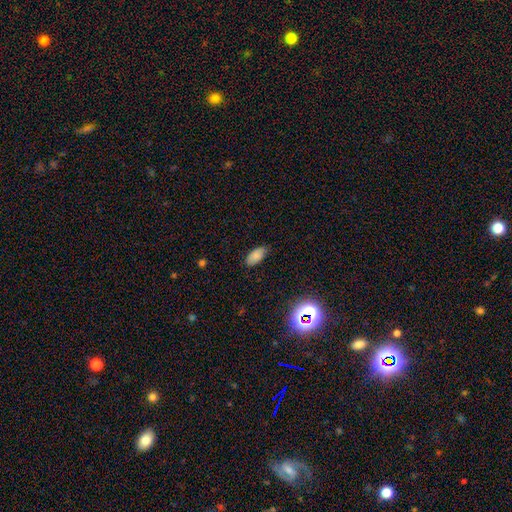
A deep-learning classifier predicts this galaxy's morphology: smooth-or-featured: smooth: 81% | star or artifact: 11% | featured or disk: 8%
  how-rounded: in between: 92% | cigar-shaped: 5% | round: 3%
  merging: none: 78% | minor disturbance: 18% | major disturbance: 3% | merger: 1%